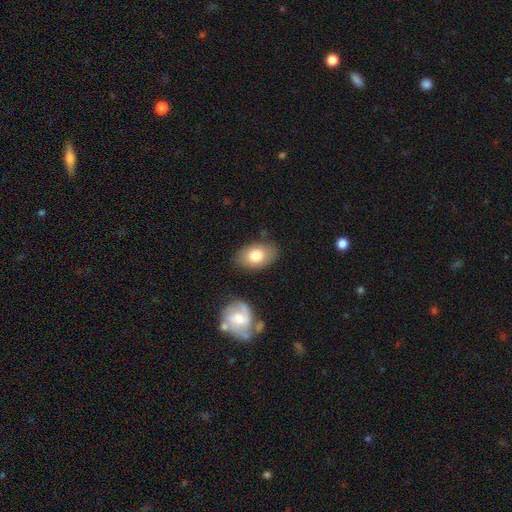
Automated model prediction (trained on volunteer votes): Smooth or featured: smooth — 75% (featured or disk — 18%)
How rounded: in between — 87% (round — 11%)
Merging: none — 80% (minor disturbance — 13%)